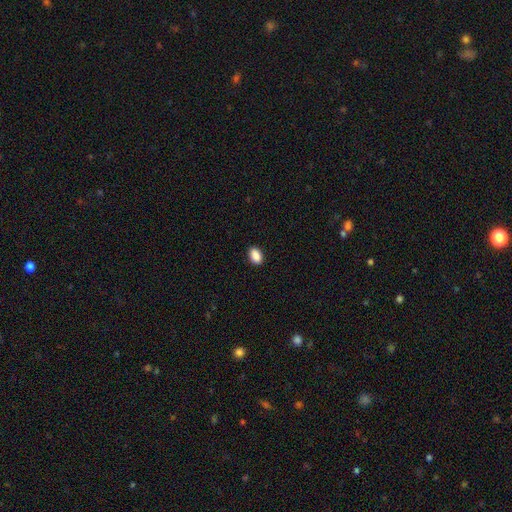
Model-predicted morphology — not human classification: Smooth or featured: smooth — 89% (star or artifact — 8%)
How rounded: in between — 88% (round — 10%)
Merging: none — 89% (minor disturbance — 8%)